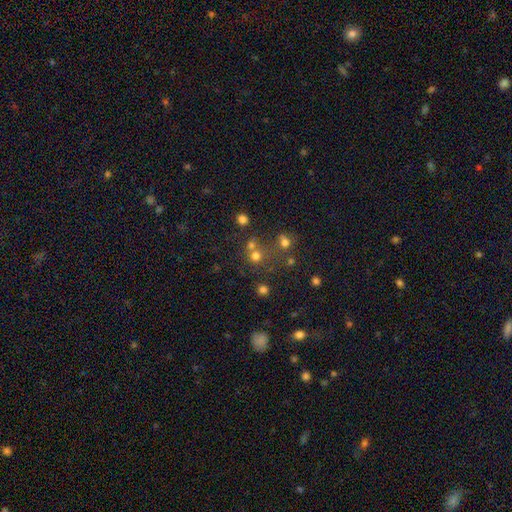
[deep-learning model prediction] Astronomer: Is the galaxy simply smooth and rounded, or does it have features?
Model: smooth — 68%.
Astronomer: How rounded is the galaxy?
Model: round — 86%.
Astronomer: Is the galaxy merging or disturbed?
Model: none — 56%.